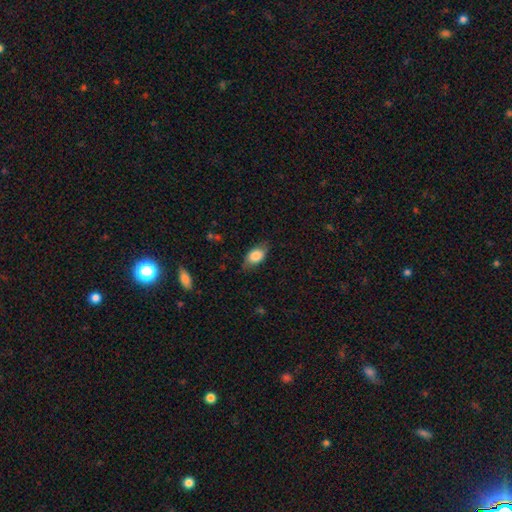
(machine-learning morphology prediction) smooth_or_featured: smooth (p=0.81) [alt: featured or disk p=0.12]
how_rounded: in between (p=0.88) [alt: round p=0.08]
merging: none (p=0.75) [alt: minor disturbance p=0.19]